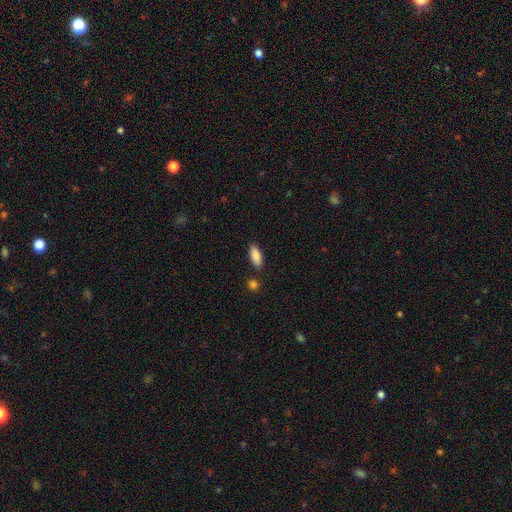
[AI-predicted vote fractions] Overall: smooth (87%). How rounded: in between (77%). Merging: none (84%).